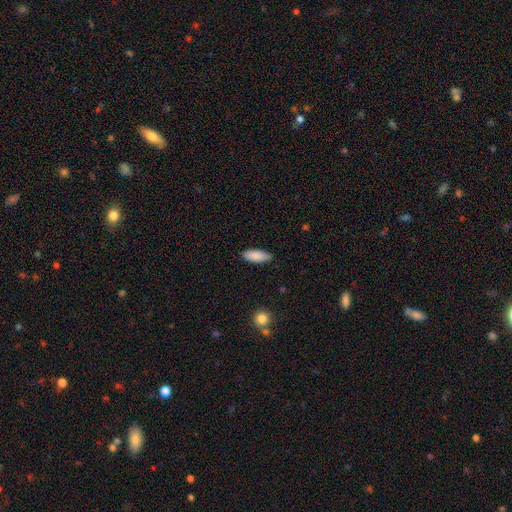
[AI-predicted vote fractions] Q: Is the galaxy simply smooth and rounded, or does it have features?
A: smooth — 89%.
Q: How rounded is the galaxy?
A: in between — 76%.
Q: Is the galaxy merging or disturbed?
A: none — 86%.